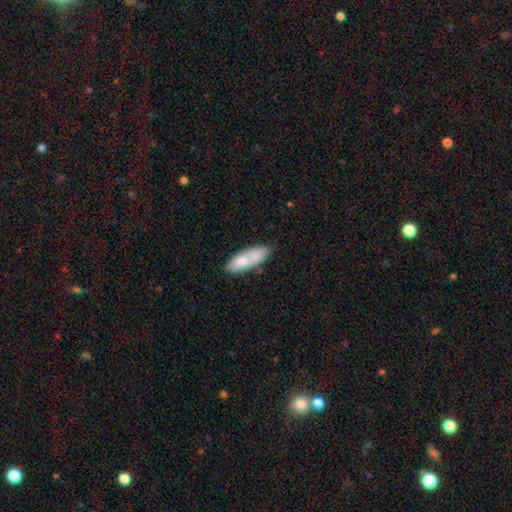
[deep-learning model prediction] smooth-or-featured: smooth: 75% | featured or disk: 19% | star or artifact: 6%
  how-rounded: in between: 68% | cigar-shaped: 29% | round: 2%
  merging: none: 57% | minor disturbance: 21% | merger: 16% | major disturbance: 6%